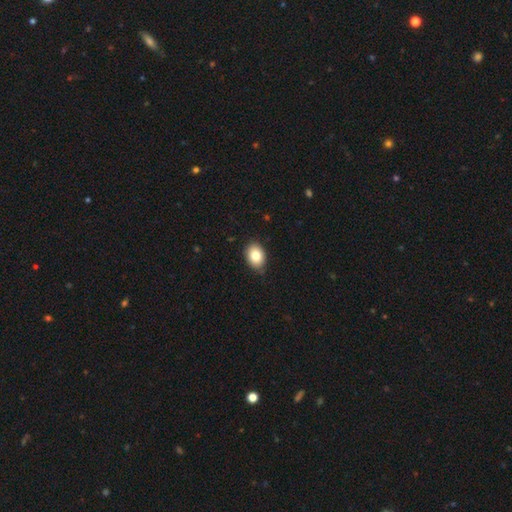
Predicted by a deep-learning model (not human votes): Smooth or featured? smooth (82%)
How rounded? in between (69%)
Merging? none (84%)